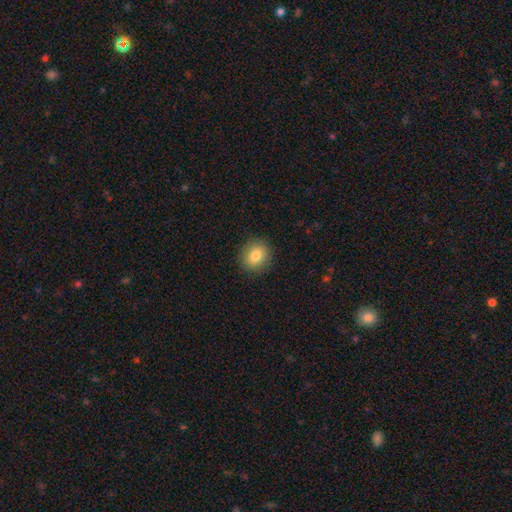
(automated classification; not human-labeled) smooth 82%, star or artifact 10%, featured or disk 8%. Down the decision tree: how rounded — round (75%); merging — none (90%).